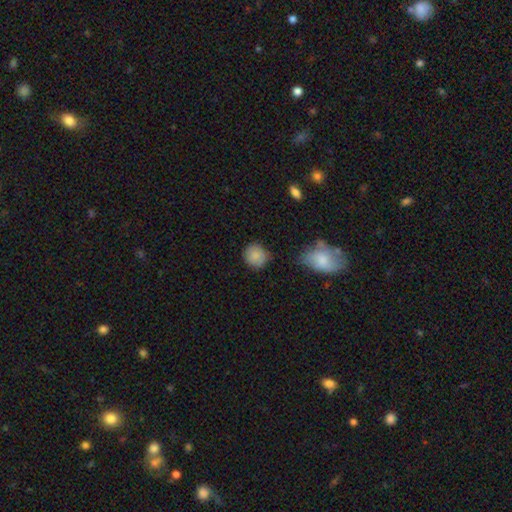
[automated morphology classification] smooth-or-featured: smooth: 84% | star or artifact: 8% | featured or disk: 8%
  how-rounded: round: 86% | in between: 13% | cigar-shaped: 1%
  merging: none: 77% | minor disturbance: 16% | major disturbance: 4% | merger: 3%